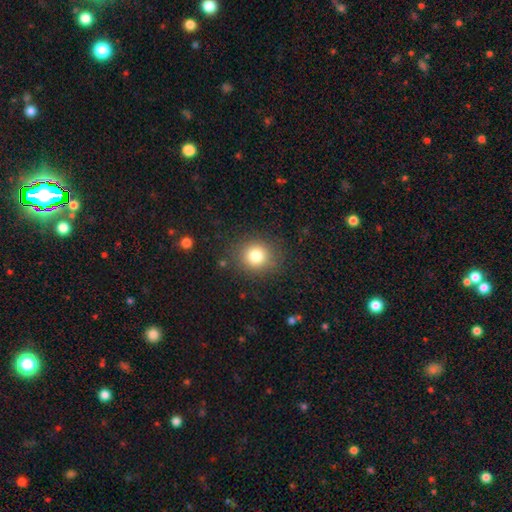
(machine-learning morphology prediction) Smooth or featured: smooth — 81% (star or artifact — 12%)
How rounded: round — 86% (in between — 13%)
Merging: none — 86% (minor disturbance — 9%)